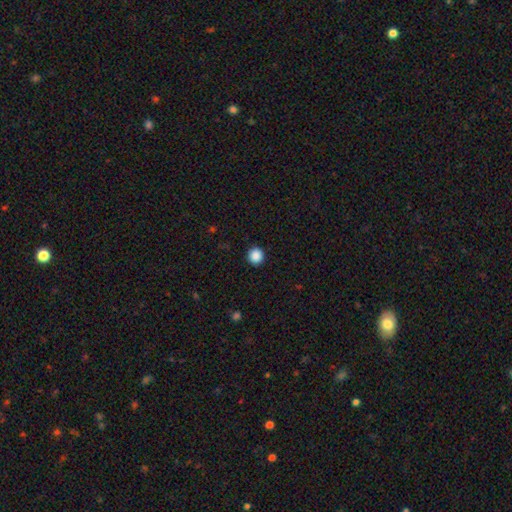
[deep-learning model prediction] This appears to be a smooth galaxy with no disk features (88%) that is round (95%). Merging: none (93%).